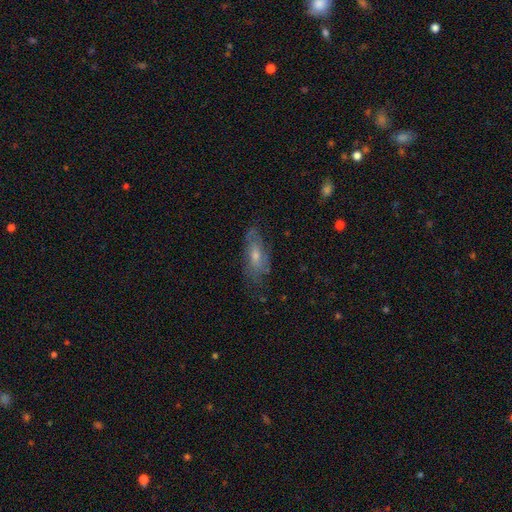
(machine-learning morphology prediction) A featured or disk galaxy (52%). Merging: none (68%).